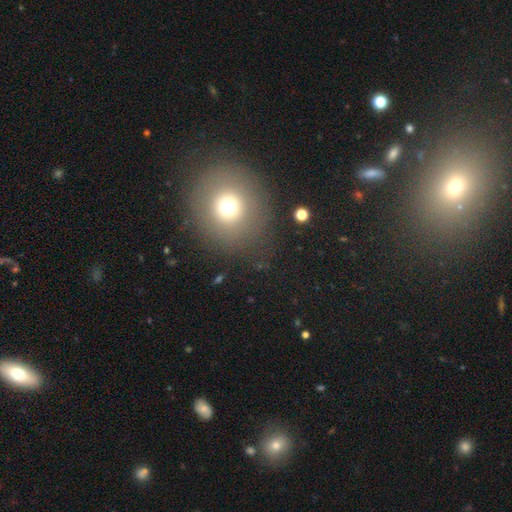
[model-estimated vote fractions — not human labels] Morphology: type=smooth (58%); roundness=round (78%); merging=none (87%).